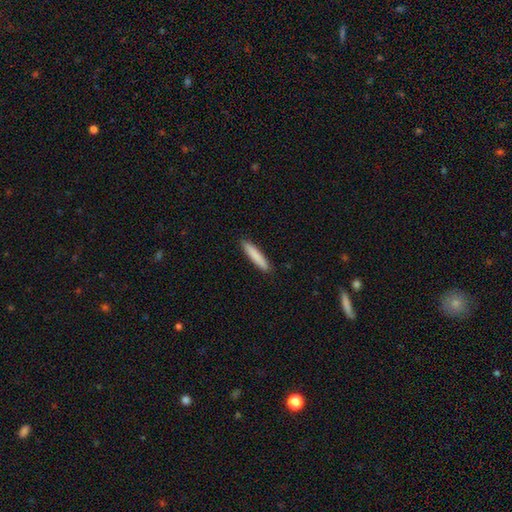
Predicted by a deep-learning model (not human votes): This is clearly a smooth galaxy (84%). How rounded: clearly cigar-shaped (91%). Merging: clearly none (90%).